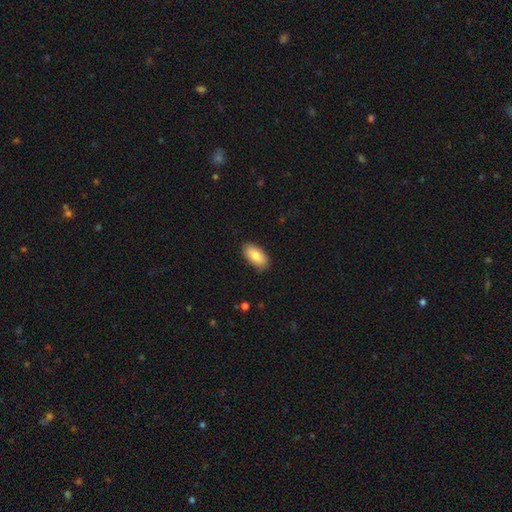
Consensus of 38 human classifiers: Morphology: type=smooth (79%); roundness=in between (93%); merging=none (86%).